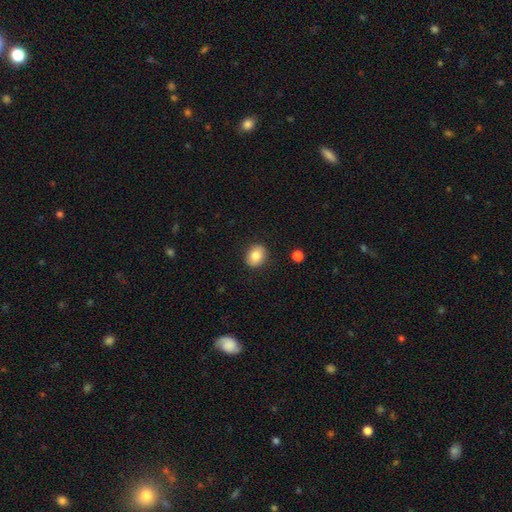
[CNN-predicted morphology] smooth_or_featured: smooth (p=0.82) [alt: featured or disk p=0.09]
how_rounded: round (p=0.56) [alt: in between p=0.43]
merging: none (p=0.89) [alt: minor disturbance p=0.08]